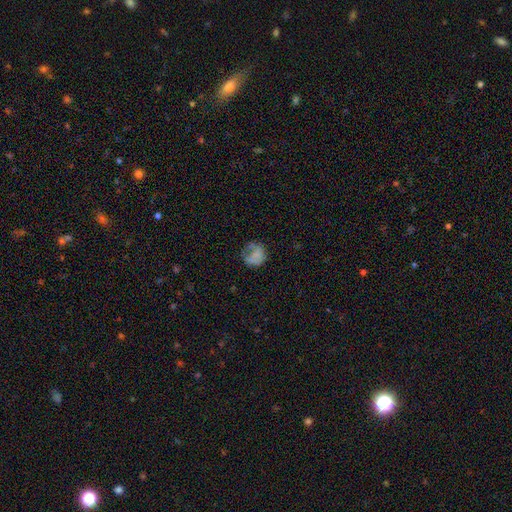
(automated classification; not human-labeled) smooth 55%, featured or disk 34%, star or artifact 11%. Down the decision tree: how rounded — round (73%); merging — none (44%).